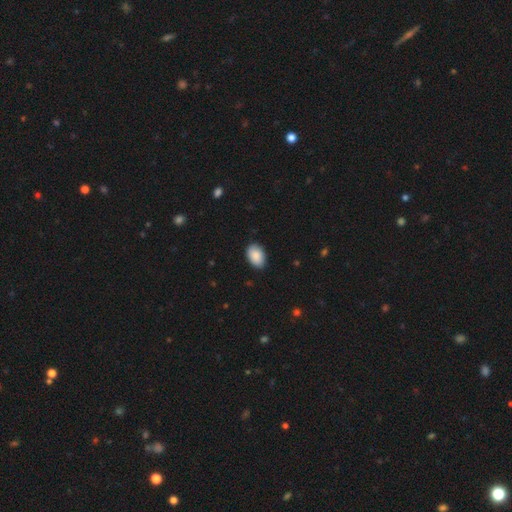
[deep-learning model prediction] Overall: smooth (89%). How rounded: in between (90%). Merging: none (86%).